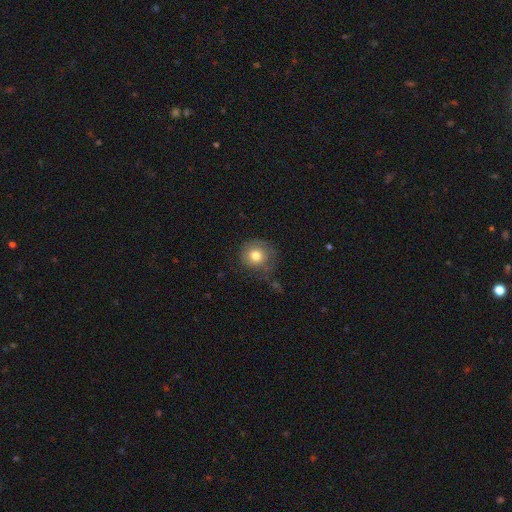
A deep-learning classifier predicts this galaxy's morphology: Q: Smooth or featured?
A: smooth (78%); runner-up: featured or disk (12%)
Q: How rounded?
A: round (89%); runner-up: in between (10%)
Q: Merging?
A: none (65%); runner-up: minor disturbance (22%)